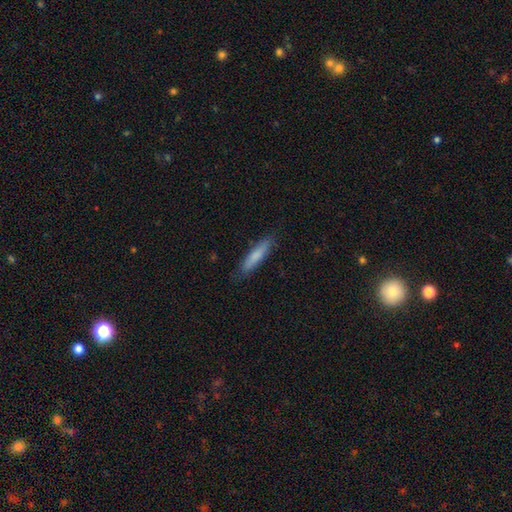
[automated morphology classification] smooth 79%, featured or disk 15%, star or artifact 6%. Down the decision tree: how rounded — cigar-shaped (84%); merging — none (85%).